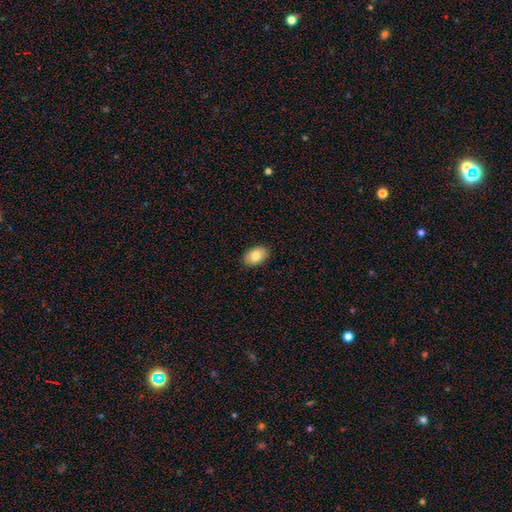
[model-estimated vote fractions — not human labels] Overall: smooth (81%). How rounded: in between (89%). Merging: none (89%).